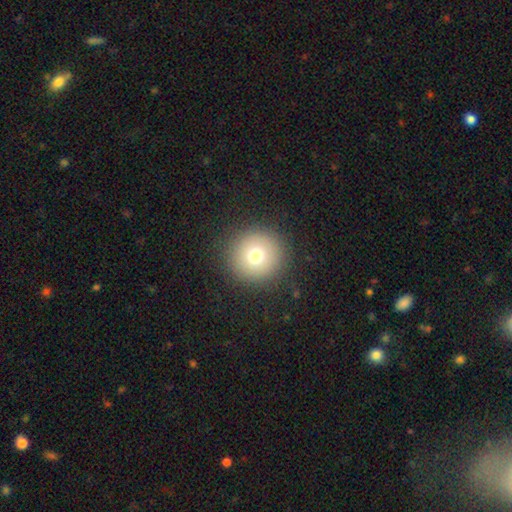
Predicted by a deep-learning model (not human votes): A smooth galaxy with no disk features (74%) that is round (95%). Merging: none (90%).